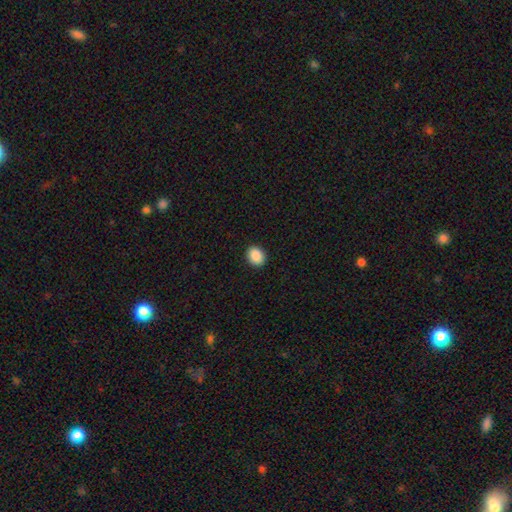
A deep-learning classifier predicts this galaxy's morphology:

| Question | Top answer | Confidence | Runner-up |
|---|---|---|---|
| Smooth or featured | smooth | 89% | star or artifact (8%) |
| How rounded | in between | 51% | round (48%) |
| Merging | none | 91% | minor disturbance (6%) |